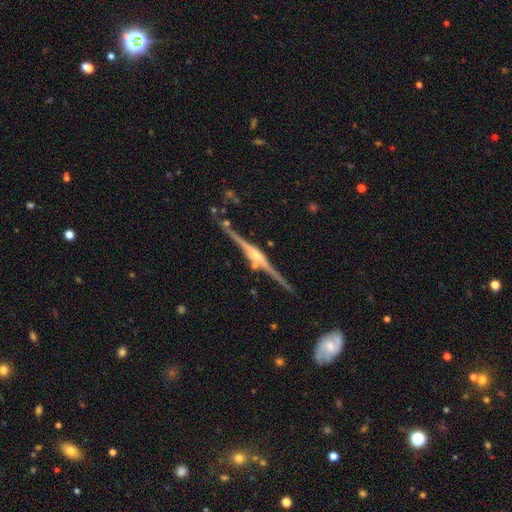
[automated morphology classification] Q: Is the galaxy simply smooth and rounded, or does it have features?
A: featured or disk — 89%.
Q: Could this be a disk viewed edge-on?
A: yes — 98%.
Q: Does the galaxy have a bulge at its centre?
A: rounded — 87%.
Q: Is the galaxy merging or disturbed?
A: none — 84%.